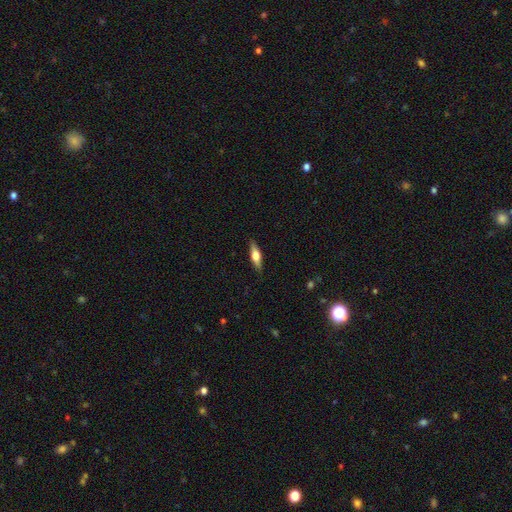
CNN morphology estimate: Smooth or featured?
  - featured or disk: 53% *
  - smooth: 41%
  - star or artifact: 6%
Edge-on disk?
  - yes: 93% *
  - no: 7%
Merging?
  - none: 88% *
  - minor disturbance: 9%
  - major disturbance: 2%
  - merger: 1%